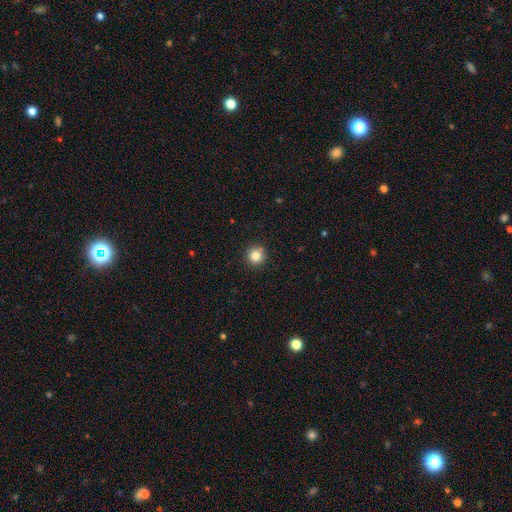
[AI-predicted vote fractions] Morphology: type=smooth (83%); roundness=round (95%); merging=none (90%).